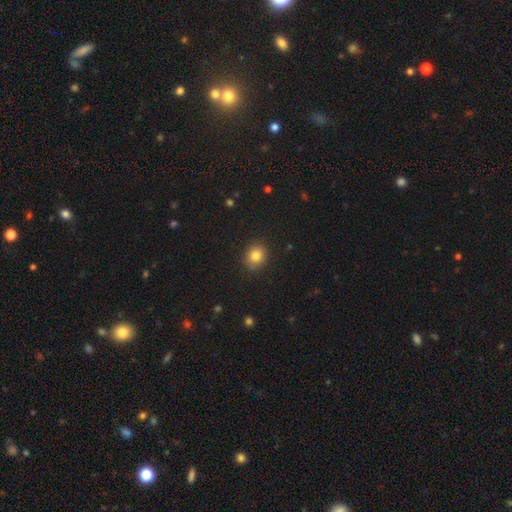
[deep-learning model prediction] smooth_or_featured: smooth (p=0.83) [alt: star or artifact p=0.11]
how_rounded: round (p=0.68) [alt: in between p=0.31]
merging: none (p=0.87) [alt: minor disturbance p=0.10]